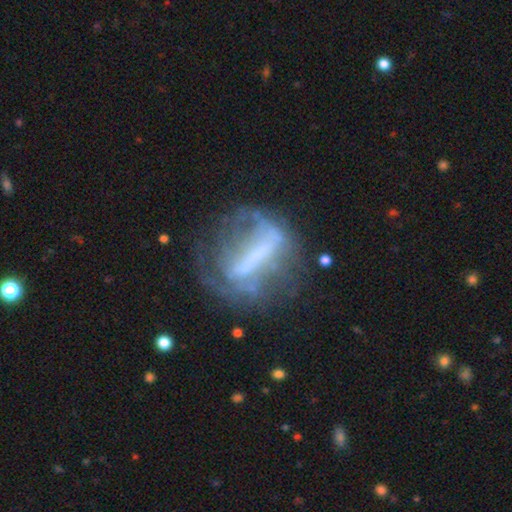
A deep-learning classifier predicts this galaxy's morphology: A featured or disk galaxy (68%) with a strong bar (70%), no spiral arms (62%) and no central bulge (49%). Merging: none (47%).